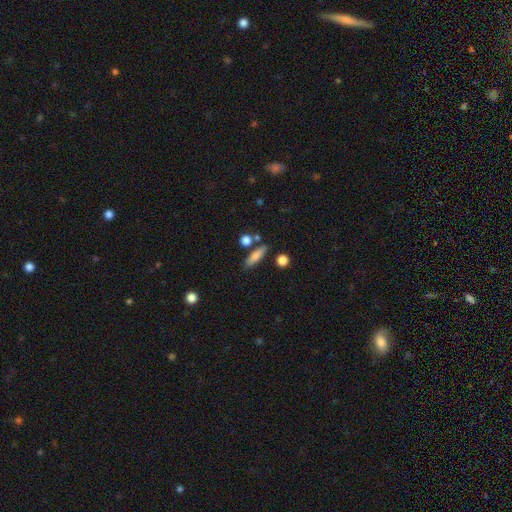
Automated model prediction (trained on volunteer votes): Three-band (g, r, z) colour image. It shows a smooth galaxy with no disk features (76%) that is cigar-shaped (60%). Merging: none (78%).